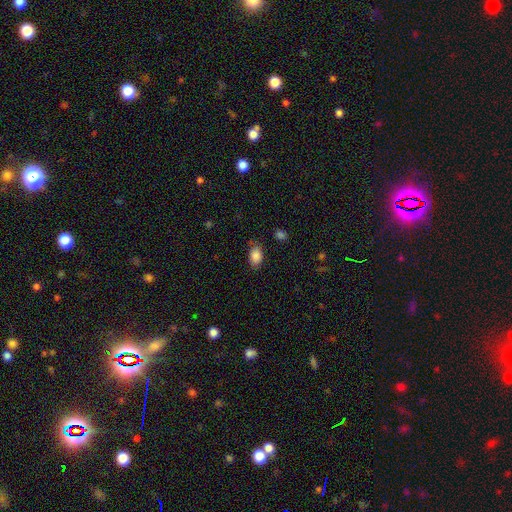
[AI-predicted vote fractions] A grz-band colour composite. It shows a smooth galaxy with no disk features (87%) that is in between round and cigar-shaped (89%). Merging: none (77%).